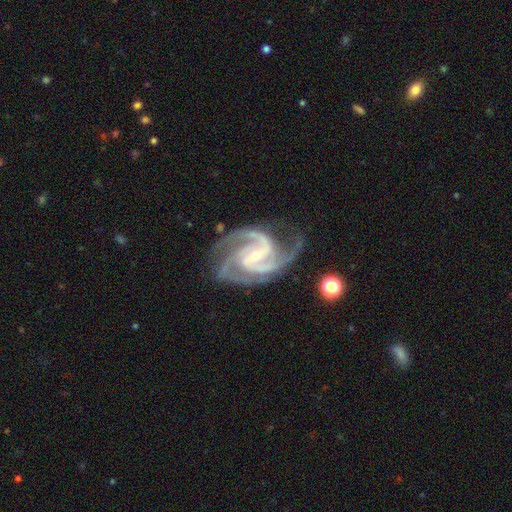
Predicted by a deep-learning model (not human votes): Smooth or featured? featured or disk (94%)
Edge-on disk? no (98%)
Bar? weak (44%)
Spiral arms? yes (99%)
Spiral winding? medium (57%)
Spiral arm count? 3 (53%)
Bulge size? small (68%)
Merging? none (67%)